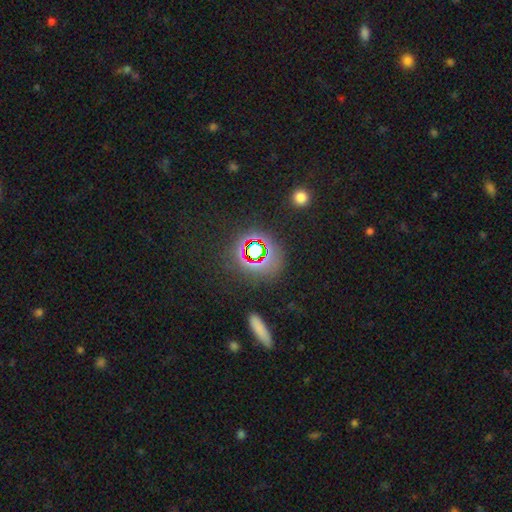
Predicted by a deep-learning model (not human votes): Smooth or featured: star or artifact — 67% (smooth — 23%)